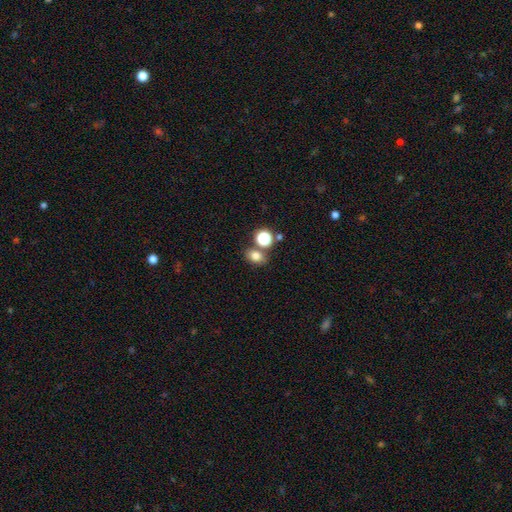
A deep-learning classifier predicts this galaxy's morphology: type=smooth (77%); roundness=in between (55%); merging=none (69%).